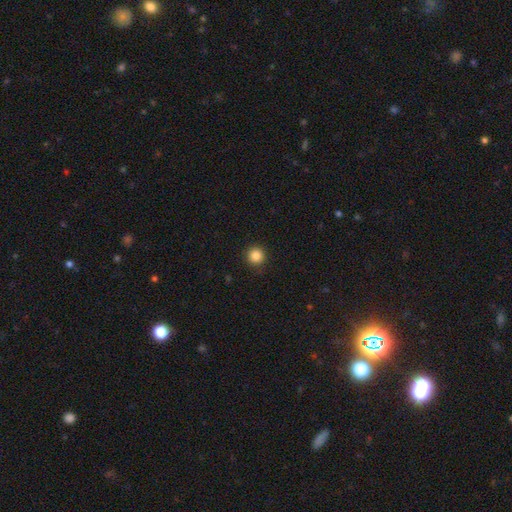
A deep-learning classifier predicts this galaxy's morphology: smooth 85%, star or artifact 11%, featured or disk 4%. Down the decision tree: how rounded — round (95%); merging — none (91%).